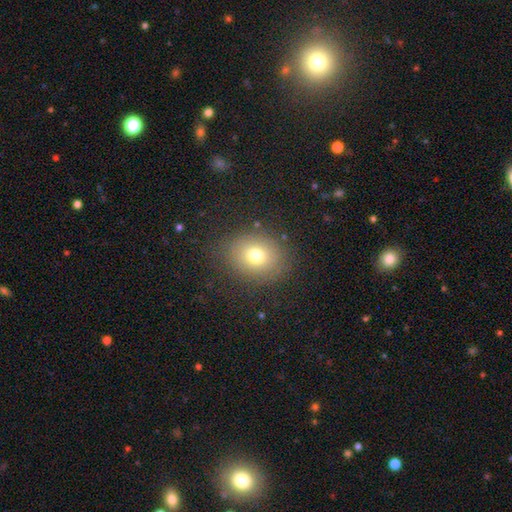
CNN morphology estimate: This is likely a smooth galaxy (73%). How rounded: possibly round (60%). Merging: clearly none (82%).